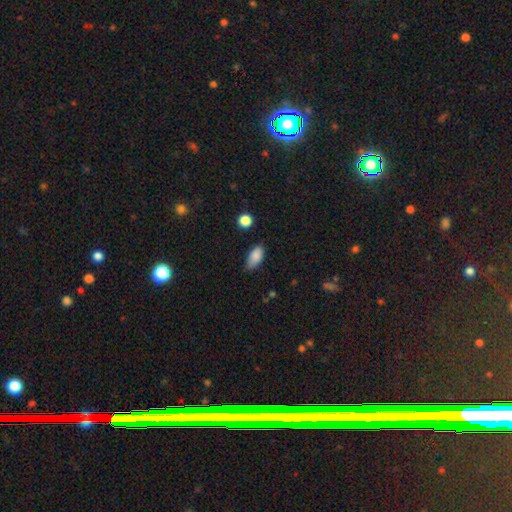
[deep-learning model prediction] Overall: smooth (86%). How rounded: in between (90%). Merging: none (66%; minor disturbance 27%).